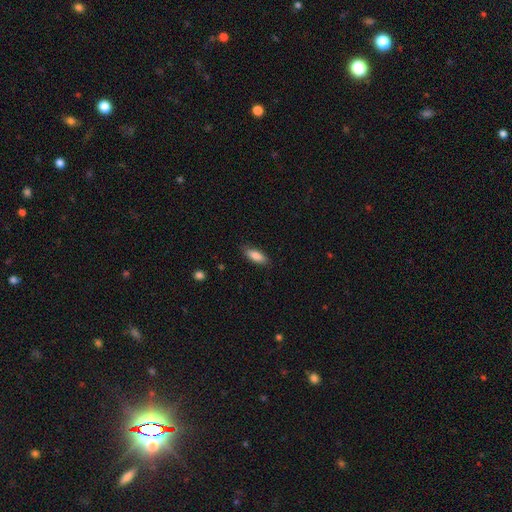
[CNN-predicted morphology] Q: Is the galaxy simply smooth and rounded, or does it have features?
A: smooth — 83%.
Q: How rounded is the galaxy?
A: in between — 68%.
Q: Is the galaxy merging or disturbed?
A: none — 84%.